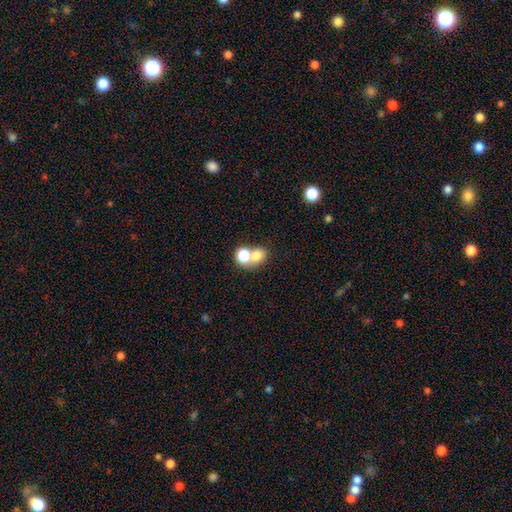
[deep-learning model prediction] Overall: smooth (74%). How rounded: round (62%; in between 37%). Merging: merger (60%; none 31%).